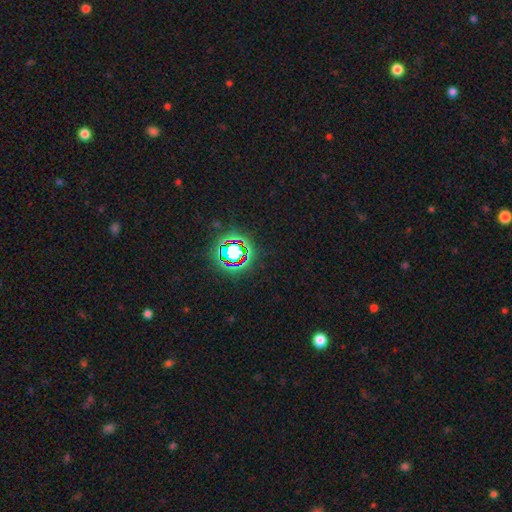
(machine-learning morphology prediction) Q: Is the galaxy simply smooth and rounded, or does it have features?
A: star or artifact — 80%.